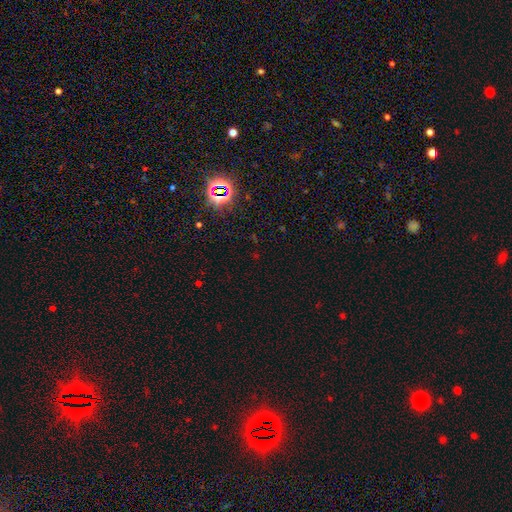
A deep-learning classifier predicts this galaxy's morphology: Smooth or featured: star or artifact — 72% (smooth — 20%)